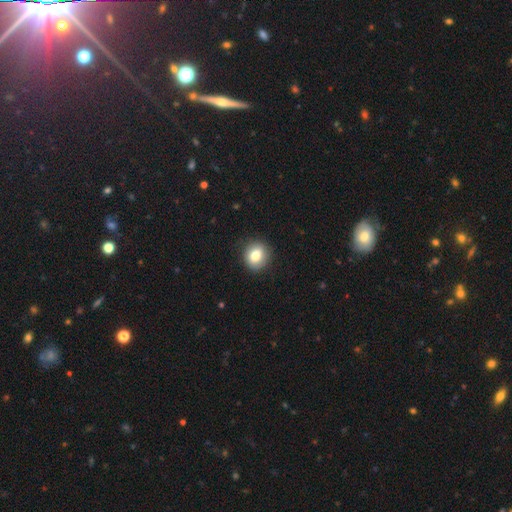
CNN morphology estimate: Smooth or featured? Predicted: smooth (p=0.81). How rounded? Predicted: round (p=0.78). Merging? Predicted: none (p=0.89).